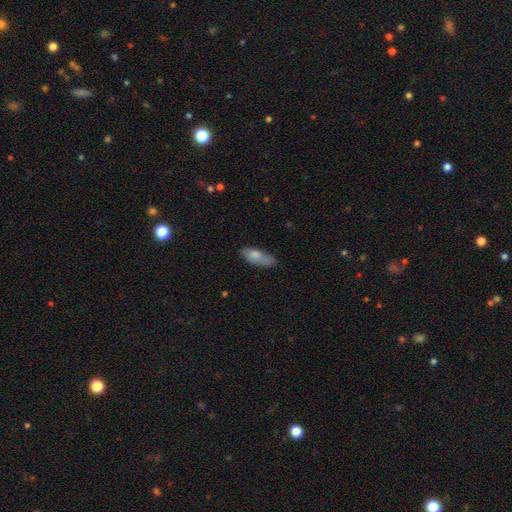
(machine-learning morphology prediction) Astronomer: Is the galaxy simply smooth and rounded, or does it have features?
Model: smooth — 75%.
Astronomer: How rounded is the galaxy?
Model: in between — 69%.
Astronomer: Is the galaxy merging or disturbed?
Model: none — 51% (runner-up: minor disturbance, 34%).